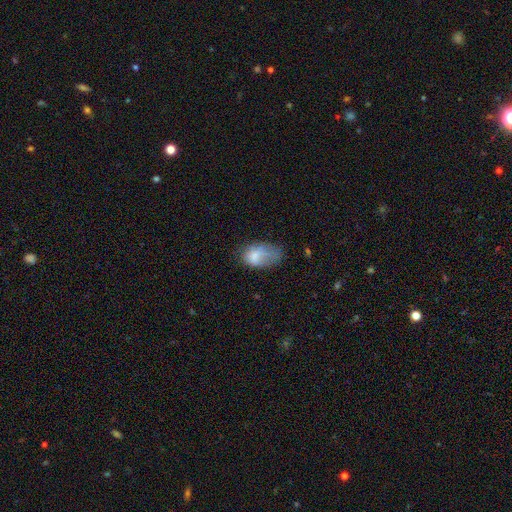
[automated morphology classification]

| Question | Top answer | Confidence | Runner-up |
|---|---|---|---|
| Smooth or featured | smooth | 72% | featured or disk (19%) |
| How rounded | in between | 90% | round (9%) |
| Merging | minor disturbance | 35% | major disturbance (31%) |